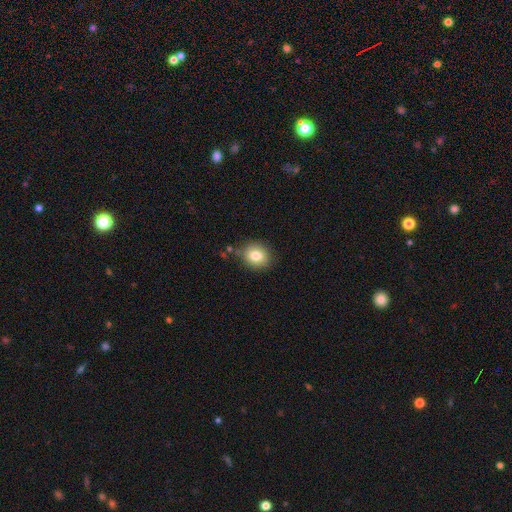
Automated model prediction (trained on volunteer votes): A smooth galaxy with no disk features (82%) that is round (64%).

Vote fractions:
- Smooth or featured? smooth: 82% / star or artifact: 10% / featured or disk: 9%
- How rounded? round: 64% / in between: 35% / cigar-shaped: 1%
- Merging? none: 82% / minor disturbance: 12% / merger: 3% / major disturbance: 3%